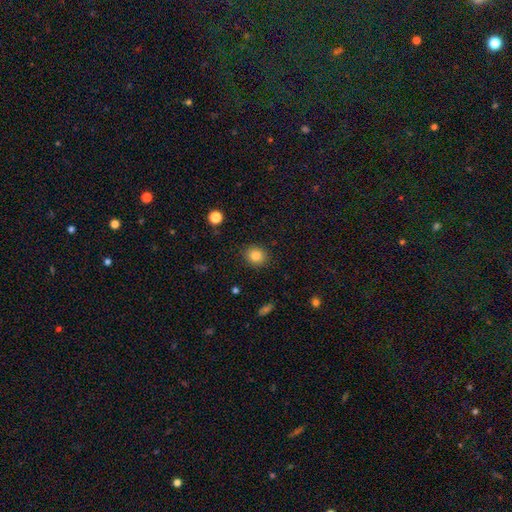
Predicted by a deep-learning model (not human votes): Overall: smooth (84%). How rounded: round (72%). Merging: none (88%).